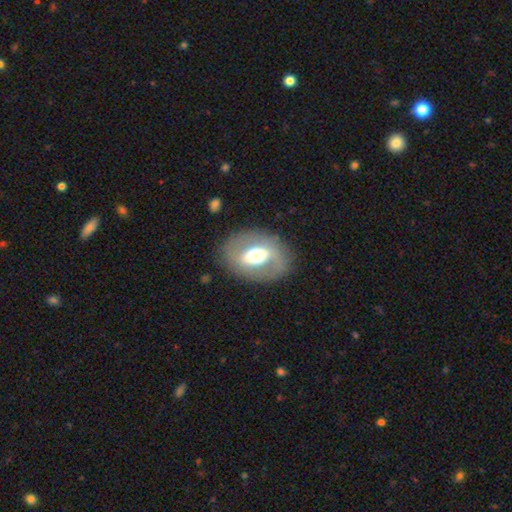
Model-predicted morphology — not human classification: The model was most divided on "bar": strong: 40%, weak: 35%, no: 25%. More confident: edge-on disk — no (91%); merging — none (80%); spiral arms — no (70%); smooth or featured — featured or disk (57%); bulge size — moderate (52%).